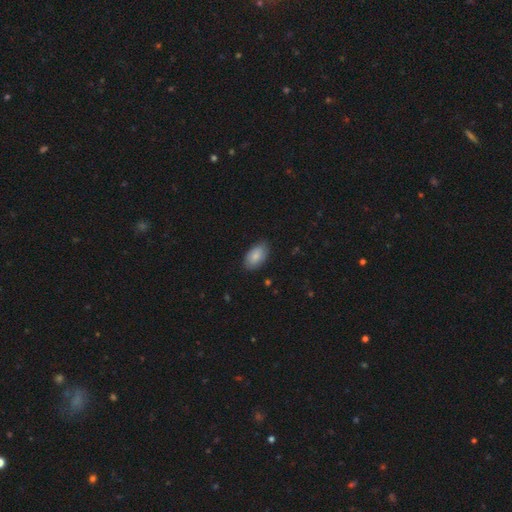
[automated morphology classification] A smooth galaxy with no disk features (82%) that is in between round and cigar-shaped (94%). Merging: none (80%).